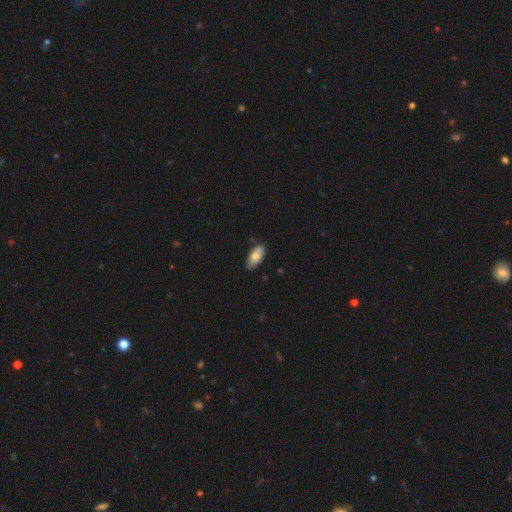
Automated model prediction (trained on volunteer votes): Overall: smooth (80%). How rounded: in between (92%). Merging: none (84%).